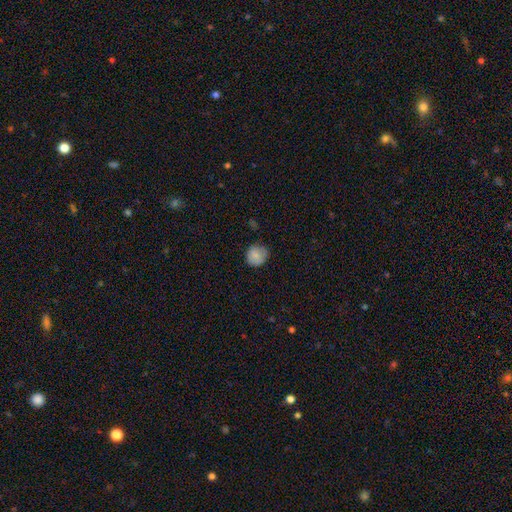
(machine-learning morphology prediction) This appears to be a smooth galaxy with no disk features (84%) that is round (86%). Merging: none (73%).